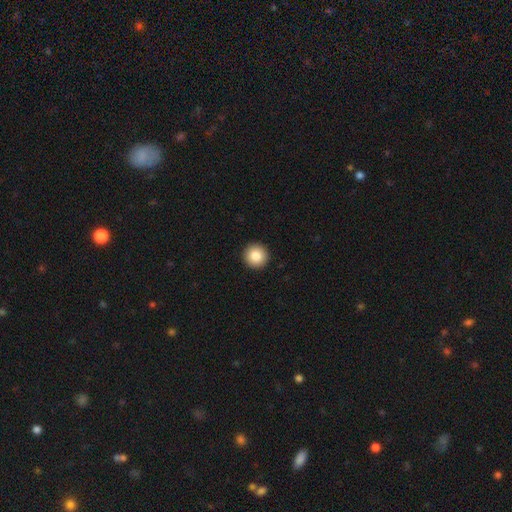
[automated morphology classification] The model was most divided on "smooth or featured": smooth: 85%, star or artifact: 8%, featured or disk: 6%. More confident: how rounded — round (96%); merging — none (94%).